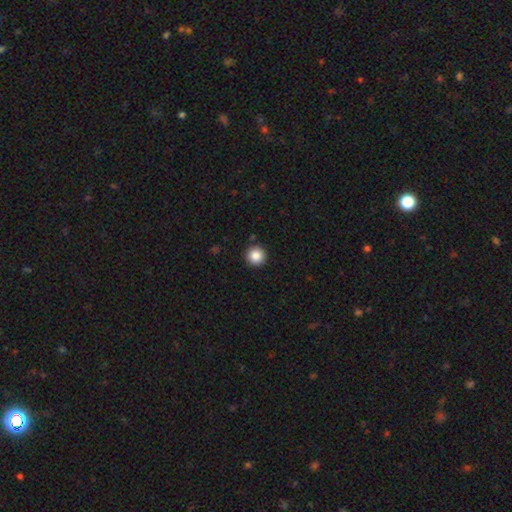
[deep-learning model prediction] Q: Smooth or featured?
A: smooth (87%); runner-up: star or artifact (10%)
Q: How rounded?
A: round (96%); runner-up: in between (3%)
Q: Merging?
A: none (92%); runner-up: minor disturbance (5%)